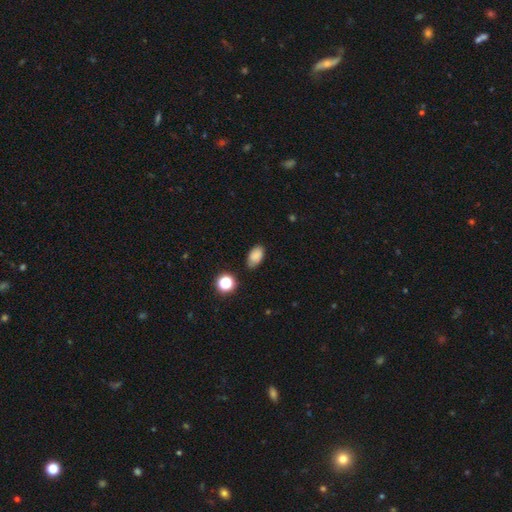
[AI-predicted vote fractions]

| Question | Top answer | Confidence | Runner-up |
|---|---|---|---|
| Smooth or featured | smooth | 81% | star or artifact (12%) |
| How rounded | in between | 91% | round (7%) |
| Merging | none | 75% | minor disturbance (18%) |